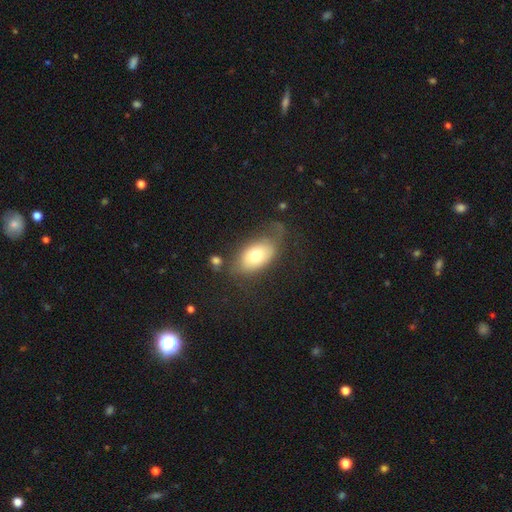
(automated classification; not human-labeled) Smooth or featured?
  - smooth: 68% *
  - featured or disk: 25%
  - star or artifact: 7%
How rounded?
  - in between: 89% *
  - round: 9%
  - cigar-shaped: 2%
Merging?
  - none: 48% *
  - minor disturbance: 24%
  - major disturbance: 23%
  - merger: 4%